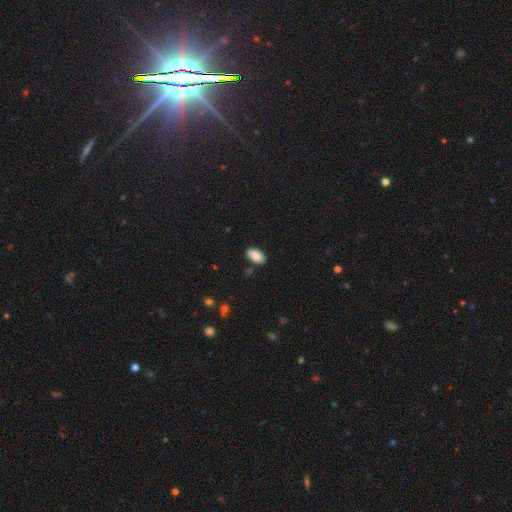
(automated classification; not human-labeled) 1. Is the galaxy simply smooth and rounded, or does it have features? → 86% smooth, 7% featured or disk, 7% star or artifact.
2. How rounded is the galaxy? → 94% in between, 3% cigar-shaped, 2% round.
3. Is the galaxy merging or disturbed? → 81% none, 13% minor disturbance, 3% merger, 2% major disturbance.